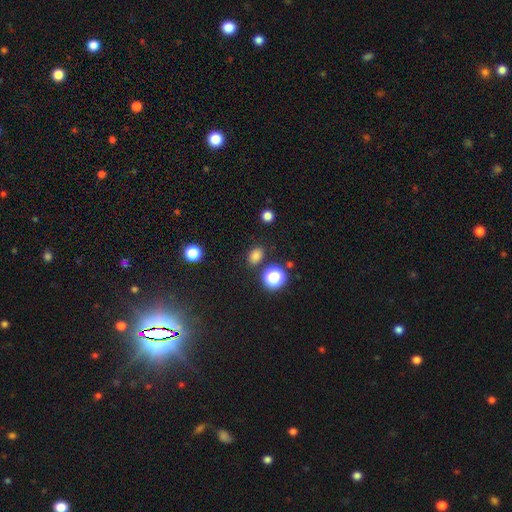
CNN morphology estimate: A smooth galaxy with no disk features (78%) that is in between round and cigar-shaped (64%).

Vote fractions:
- Smooth or featured? smooth: 78% / star or artifact: 17% / featured or disk: 4%
- How rounded? in between: 64% / round: 34% / cigar-shaped: 1%
- Merging? none: 84% / minor disturbance: 9% / merger: 4% / major disturbance: 3%